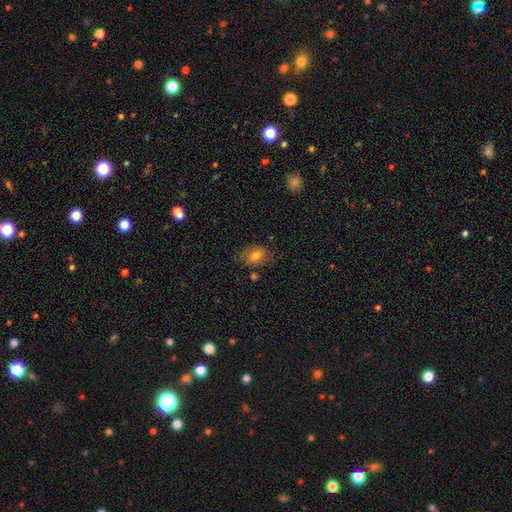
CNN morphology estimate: type=smooth (73%); roundness=in between (79%); merging=none (69%).